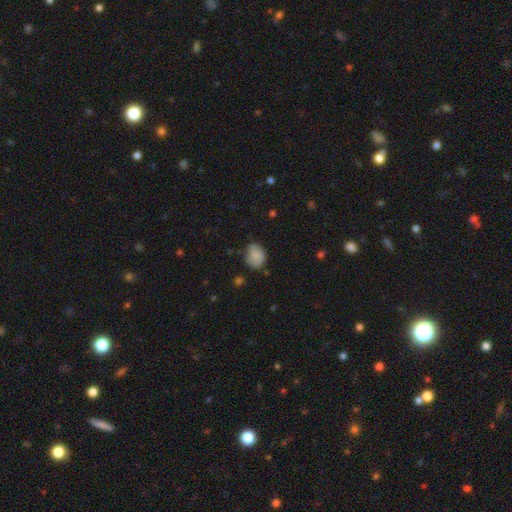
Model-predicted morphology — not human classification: smooth-or-featured: smooth: 81% | featured or disk: 11% | star or artifact: 8%
  how-rounded: in between: 51% | round: 48% | cigar-shaped: 1%
  merging: none: 62% | minor disturbance: 29% | major disturbance: 7% | merger: 2%